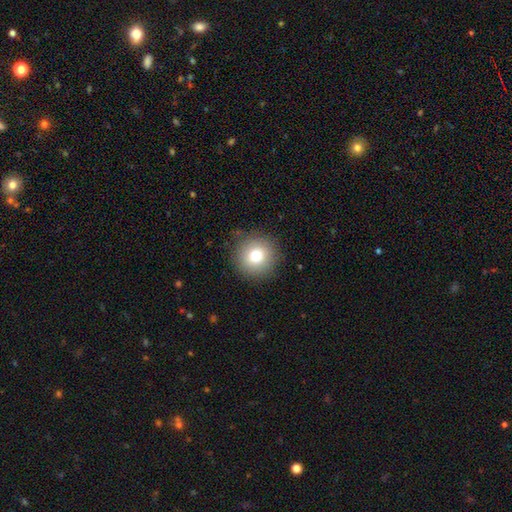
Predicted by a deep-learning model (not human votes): Overall: smooth (79%). How rounded: round (93%). Merging: none (88%).